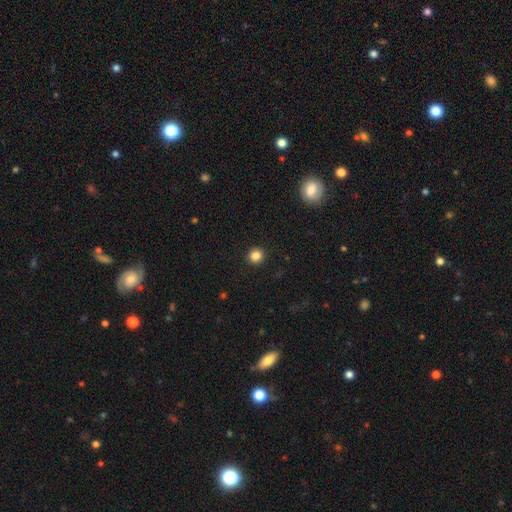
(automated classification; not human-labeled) Overall: smooth (84%). How rounded: round (93%). Merging: none (93%).